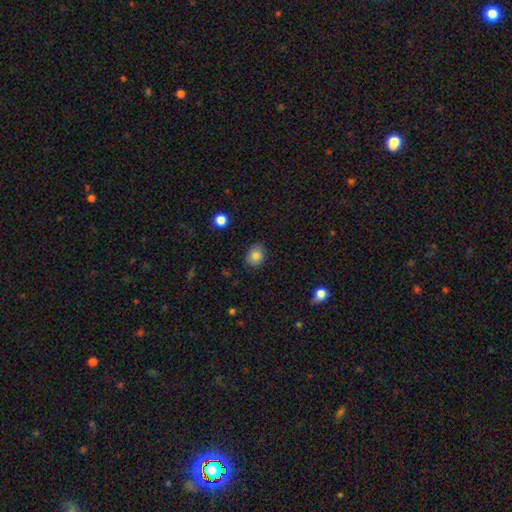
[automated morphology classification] Q: Smooth or featured?
A: smooth (83%); runner-up: star or artifact (10%)
Q: How rounded?
A: round (53%); runner-up: in between (46%)
Q: Merging?
A: none (87%); runner-up: minor disturbance (10%)